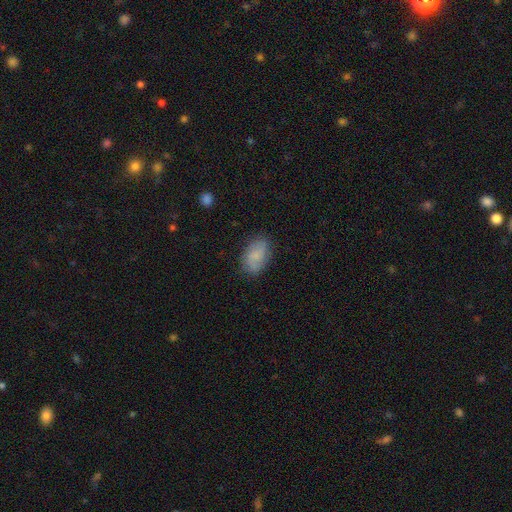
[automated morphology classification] Overall: smooth (69%). How rounded: in between (90%). Merging: none (79%).